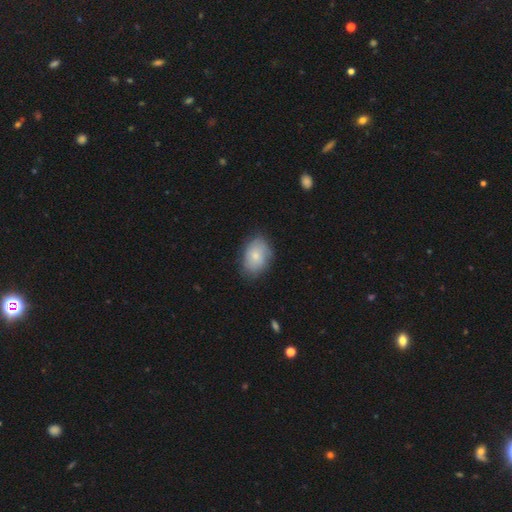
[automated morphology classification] A smooth galaxy with no disk features (75%) that is in between round and cigar-shaped (79%). Merging: none (75%).